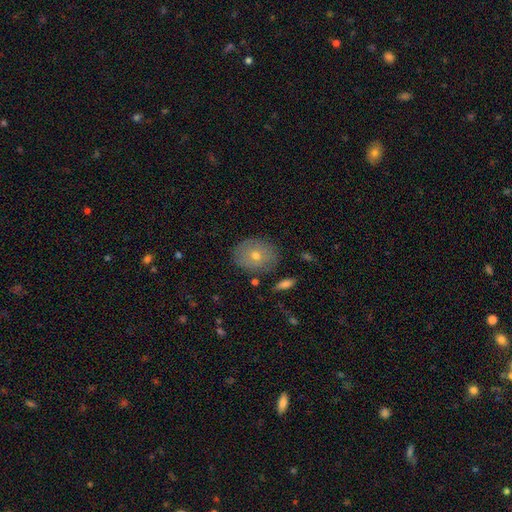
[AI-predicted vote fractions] Smooth or featured: smooth — 62% (featured or disk — 27%)
How rounded: in between — 51% (round — 48%)
Merging: none — 83% (minor disturbance — 11%)